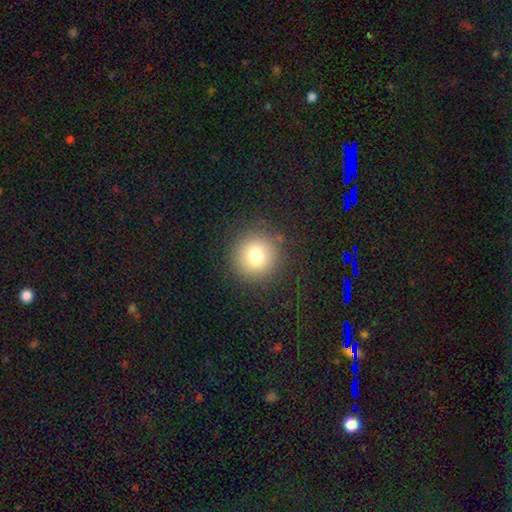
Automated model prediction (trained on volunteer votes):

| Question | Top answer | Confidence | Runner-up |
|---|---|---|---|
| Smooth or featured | smooth | 78% | star or artifact (12%) |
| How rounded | round | 94% | in between (5%) |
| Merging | none | 88% | minor disturbance (7%) |